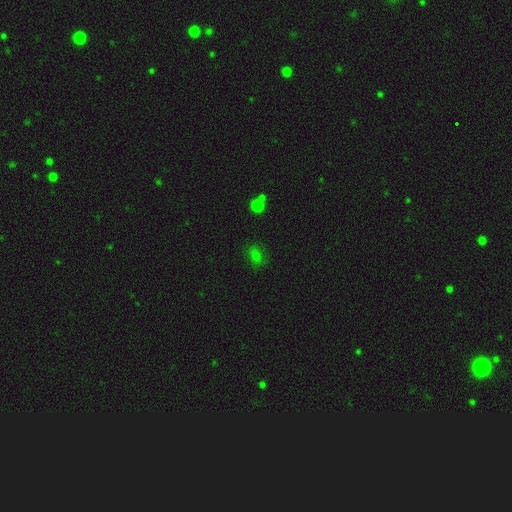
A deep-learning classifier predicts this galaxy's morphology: smooth-or-featured: smooth: 69% | star or artifact: 24% | featured or disk: 7%
  how-rounded: in between: 63% | round: 35% | cigar-shaped: 2%
  merging: none: 75% | minor disturbance: 16% | major disturbance: 6% | merger: 4%